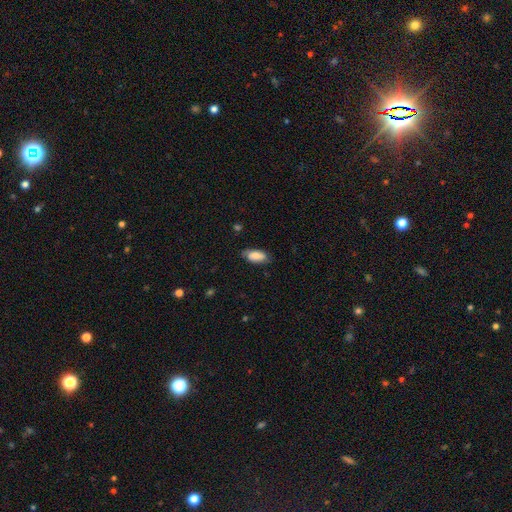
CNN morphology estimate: Smooth or featured: smooth — 80% (featured or disk — 14%)
How rounded: in between — 88% (cigar-shaped — 9%)
Merging: none — 76% (minor disturbance — 19%)